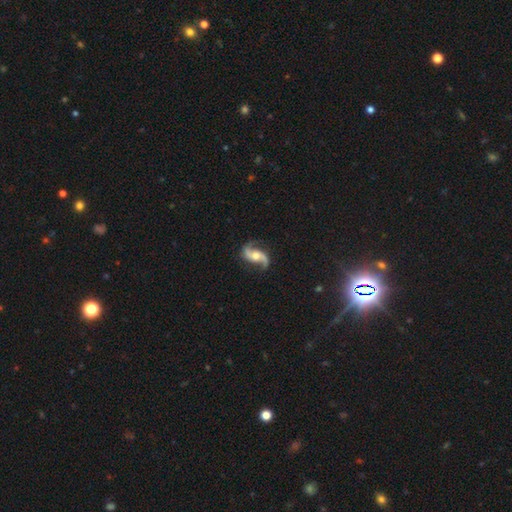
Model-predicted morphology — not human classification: Smooth or featured? Predicted: featured or disk (p=0.90). Edge-on disk? Predicted: no (p=0.97). Bar? Predicted: no (p=0.54). Spiral arms? Predicted: yes (p=0.97). Spiral winding? Predicted: loose (p=0.68). Spiral arm count? Predicted: 2 (p=0.94). Bulge size? Predicted: moderate (p=0.67). Merging? Predicted: none (p=0.81).